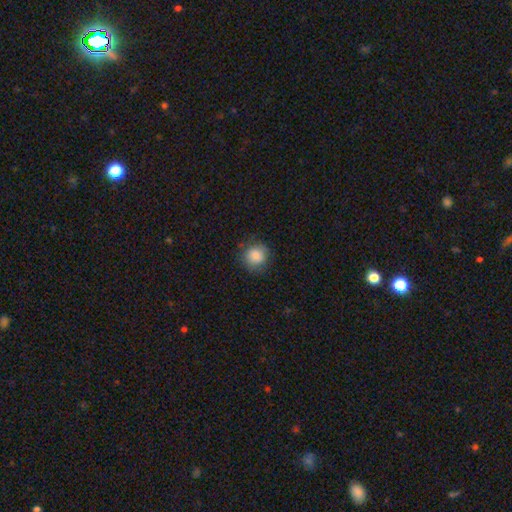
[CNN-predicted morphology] This appears to be a smooth galaxy with no disk features (85%) that is round (88%). Merging: none (80%).